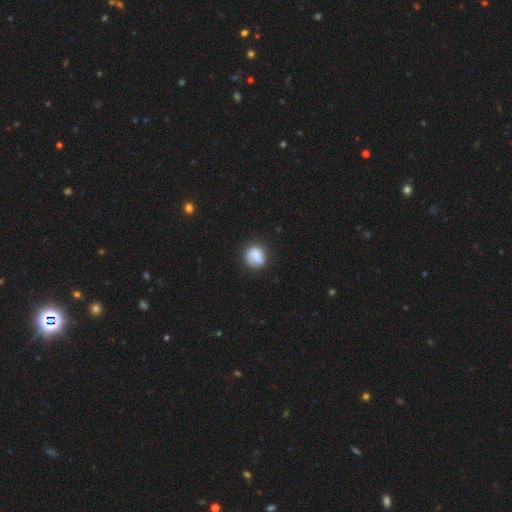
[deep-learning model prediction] The model was most divided on "smooth or featured": smooth: 66%, featured or disk: 26%, star or artifact: 8%. More confident: how rounded — round (77%); merging — none (68%).